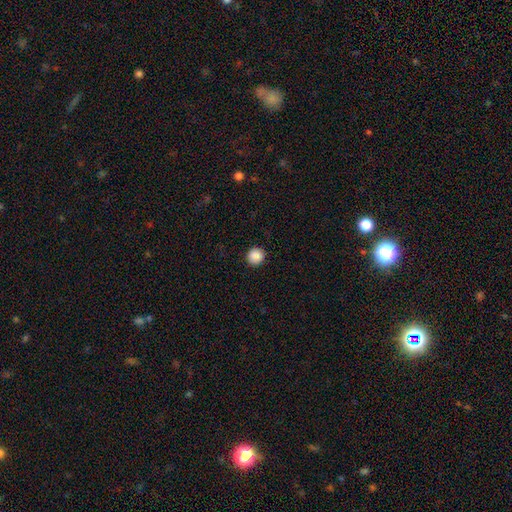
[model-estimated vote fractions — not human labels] This appears to be a smooth galaxy with no disk features (88%) that is round (92%). Merging: none (91%).